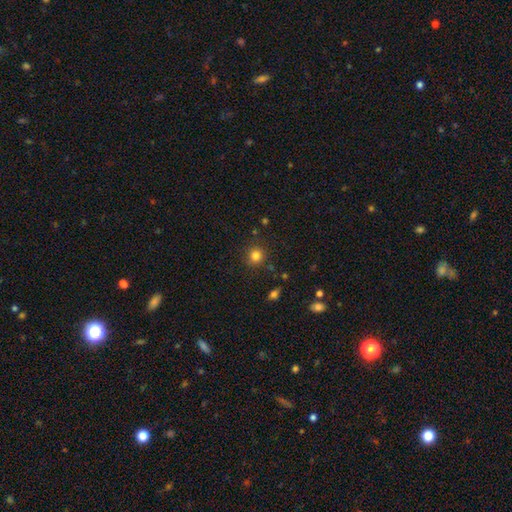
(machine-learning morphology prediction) smooth_or_featured: smooth (p=0.81) [alt: star or artifact p=0.13]
how_rounded: round (p=0.91) [alt: in between p=0.08]
merging: none (p=0.87) [alt: minor disturbance p=0.08]